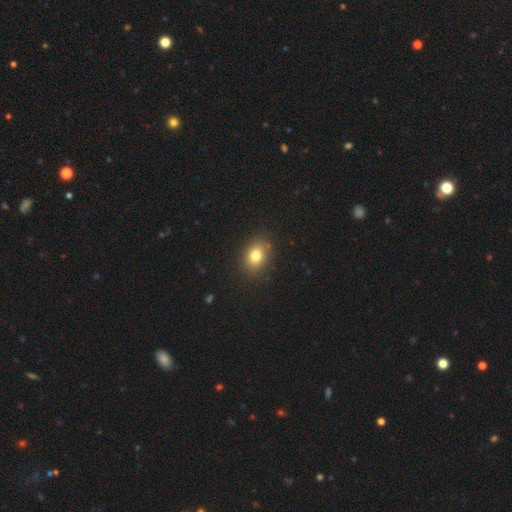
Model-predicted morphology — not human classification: The model was most divided on "how rounded": in between: 61%, round: 38%, cigar-shaped: 1%. More confident: merging — none (85%); smooth or featured — smooth (79%).